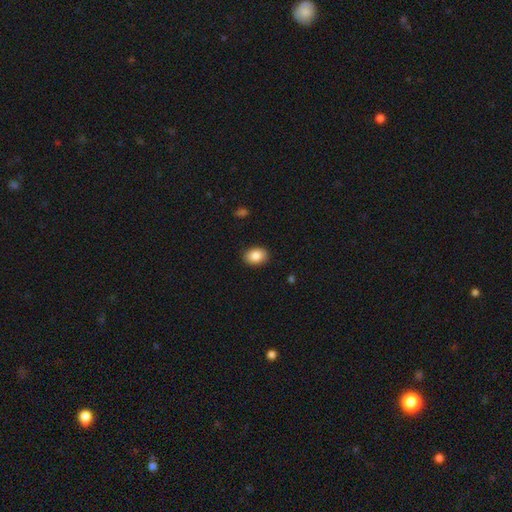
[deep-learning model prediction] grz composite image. It shows a smooth galaxy with no disk features (87%) that is in between round and cigar-shaped (77%). Merging: none (90%).